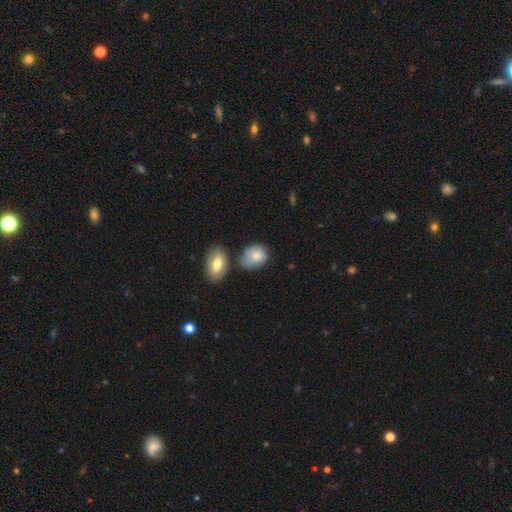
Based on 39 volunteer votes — smooth-or-featured: smooth: 69% | featured or disk: 28% | star or artifact: 3%
  how-rounded: in between: 67% | round: 33% | cigar-shaped: 0%
  merging: none: 34% | minor disturbance: 29% | major disturbance: 18% | merger: 18%